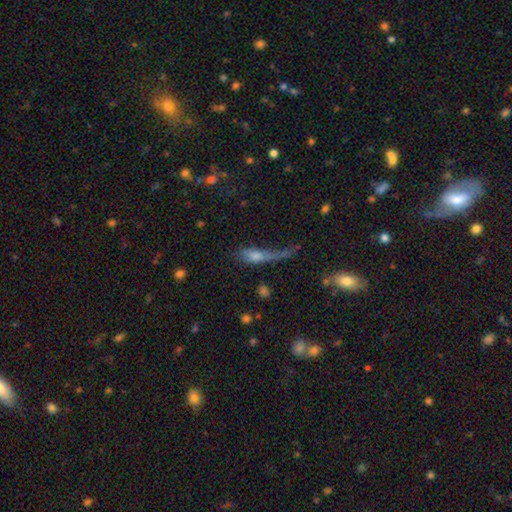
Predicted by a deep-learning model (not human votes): This appears to be a smooth galaxy with no disk features (53%) that is cigar-shaped (46%, tied with in between). Merging: major disturbance (47%).